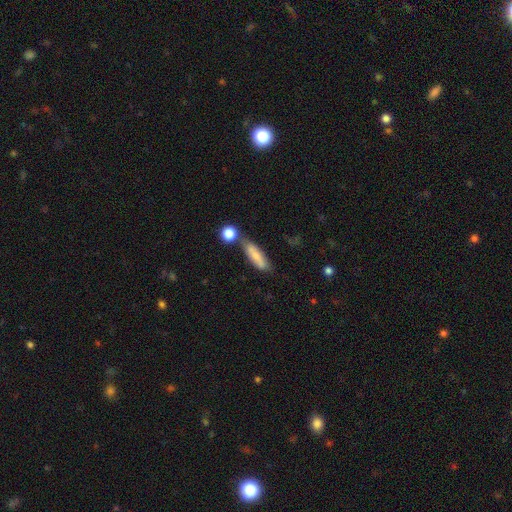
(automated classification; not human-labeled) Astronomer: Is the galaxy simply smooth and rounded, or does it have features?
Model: smooth — 70%.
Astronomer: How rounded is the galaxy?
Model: cigar-shaped — 56% (runner-up: in between, 41%).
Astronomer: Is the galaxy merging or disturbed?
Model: none — 53%.